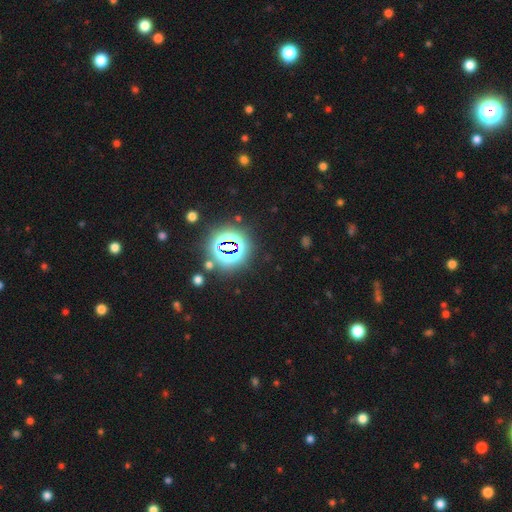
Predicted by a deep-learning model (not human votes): Smooth or featured?
  - star or artifact: 84% *
  - smooth: 10%
  - featured or disk: 7%